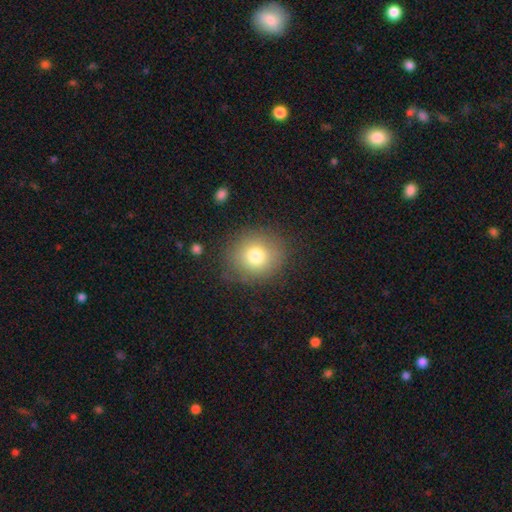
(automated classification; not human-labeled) Smooth or featured?
  - smooth: 76% *
  - star or artifact: 12%
  - featured or disk: 11%
How rounded?
  - round: 84% *
  - in between: 15%
  - cigar-shaped: 1%
Merging?
  - none: 84% *
  - minor disturbance: 10%
  - major disturbance: 4%
  - merger: 1%